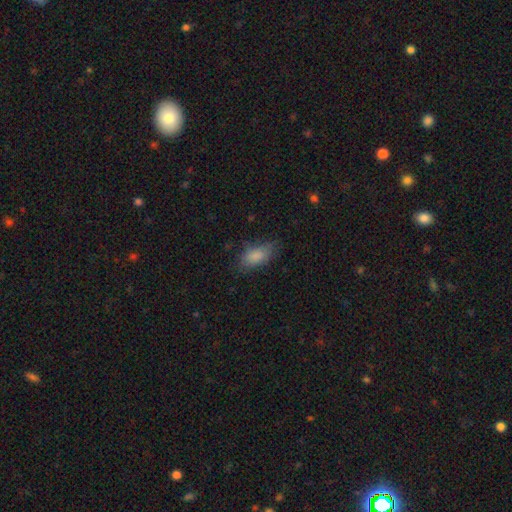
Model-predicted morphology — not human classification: Smooth or featured? Predicted: smooth (p=0.84). How rounded? Predicted: in between (p=0.89). Merging? Predicted: none (p=0.68).